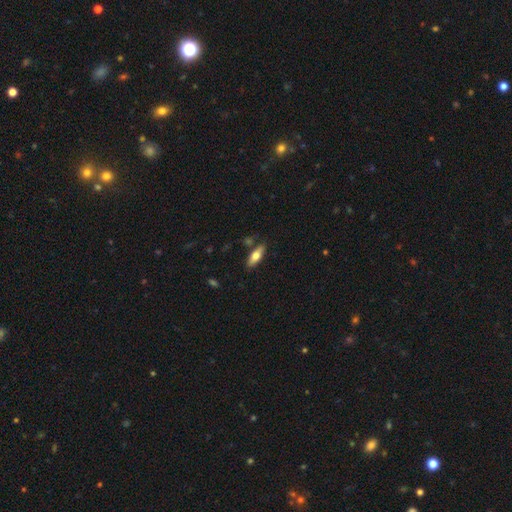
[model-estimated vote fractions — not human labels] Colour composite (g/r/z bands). It shows a smooth galaxy with no disk features (67%) that is in between round and cigar-shaped (66%). Merging: none (81%).